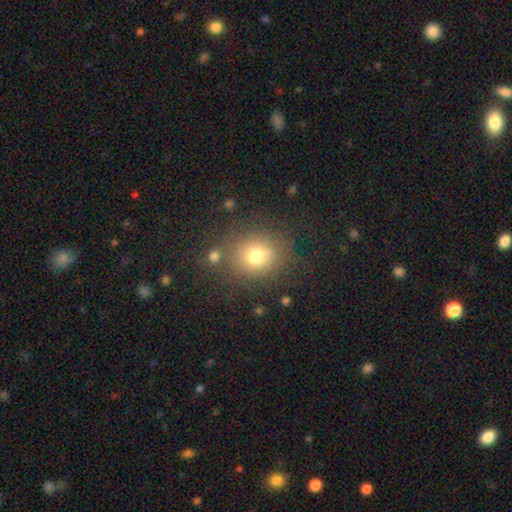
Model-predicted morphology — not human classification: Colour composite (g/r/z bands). It shows a smooth galaxy with no disk features (73%) that is round (76%). Merging: none (76%).